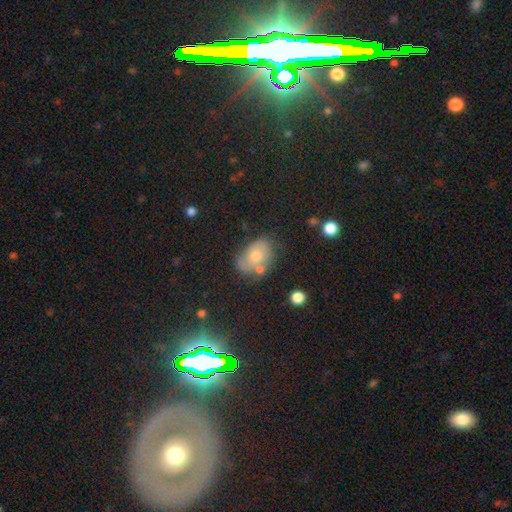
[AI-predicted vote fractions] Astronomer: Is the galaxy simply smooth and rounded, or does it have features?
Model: smooth — 65%.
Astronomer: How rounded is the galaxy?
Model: in between — 78%.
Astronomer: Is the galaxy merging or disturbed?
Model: none — 54%.